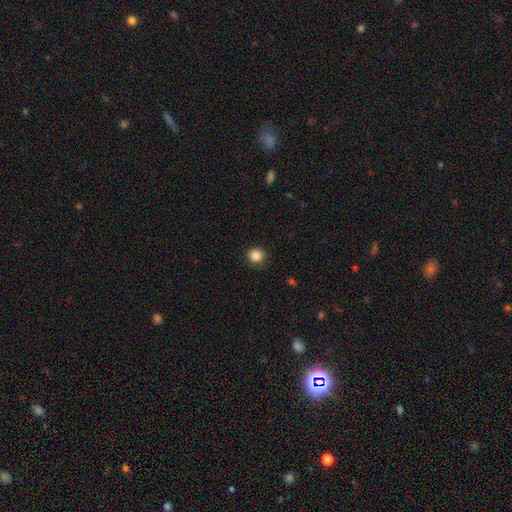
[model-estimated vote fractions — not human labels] The model was most divided on "smooth or featured": smooth: 86%, star or artifact: 11%, featured or disk: 3%. More confident: how rounded — round (92%); merging — none (87%).